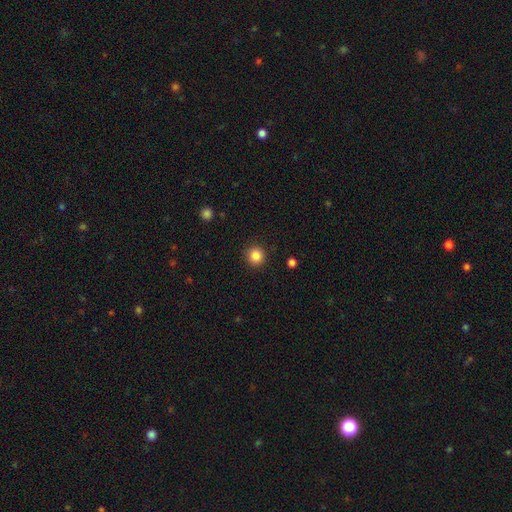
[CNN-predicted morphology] smooth-or-featured: smooth: 85% | star or artifact: 11% | featured or disk: 4%
  how-rounded: round: 93% | in between: 6% | cigar-shaped: 1%
  merging: none: 91% | minor disturbance: 6% | major disturbance: 2% | merger: 1%